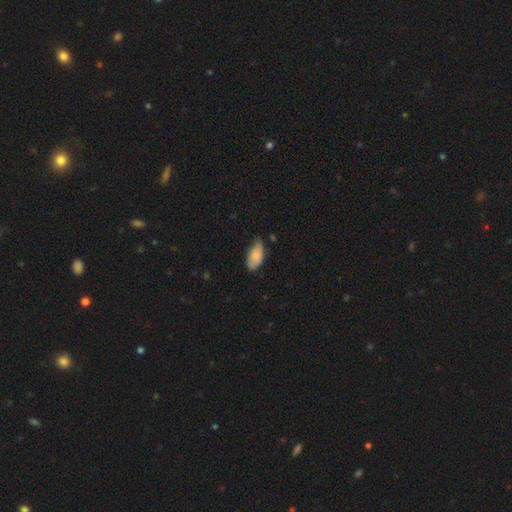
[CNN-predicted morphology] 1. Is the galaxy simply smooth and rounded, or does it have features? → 79% smooth, 14% featured or disk, 7% star or artifact.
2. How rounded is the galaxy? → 91% in between, 6% cigar-shaped, 3% round.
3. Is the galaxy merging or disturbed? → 59% none, 34% minor disturbance, 5% major disturbance, 2% merger.